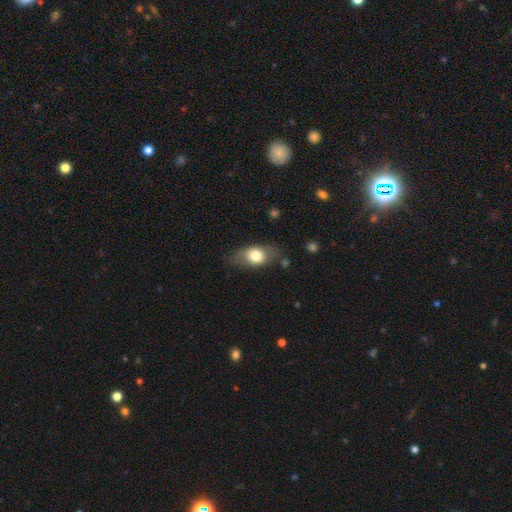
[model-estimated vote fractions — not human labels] Smooth or featured: smooth — 69% (featured or disk — 24%)
How rounded: in between — 81% (round — 14%)
Merging: none — 72% (minor disturbance — 18%)